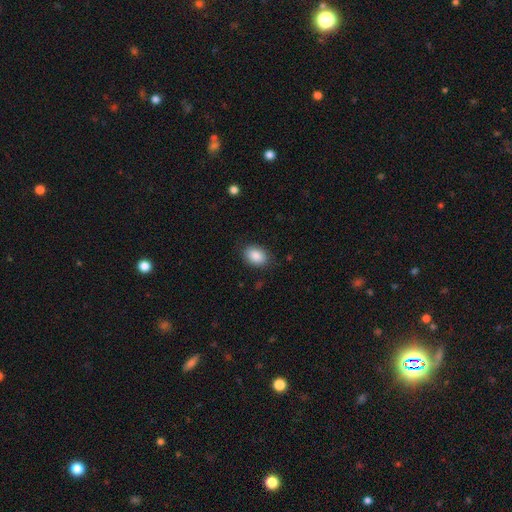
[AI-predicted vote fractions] Smooth or featured: smooth — 88% (star or artifact — 7%)
How rounded: in between — 82% (round — 17%)
Merging: none — 84% (minor disturbance — 12%)